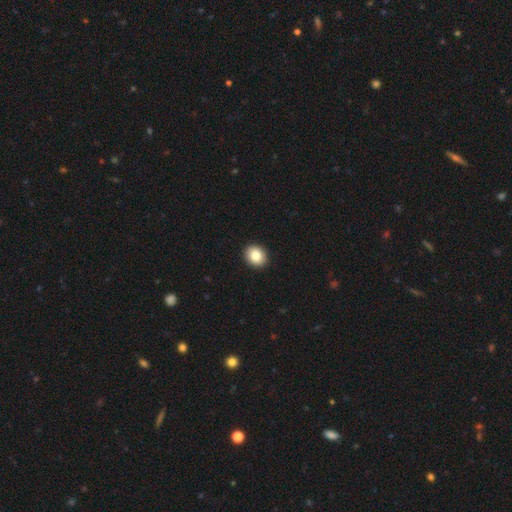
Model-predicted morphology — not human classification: type=smooth (84%); roundness=round (60%); merging=none (93%).